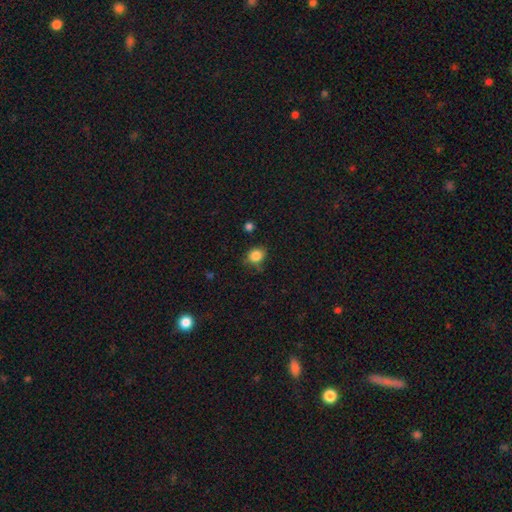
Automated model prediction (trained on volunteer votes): Smooth or featured? smooth (84%)
How rounded? round (66%)
Merging? none (71%)